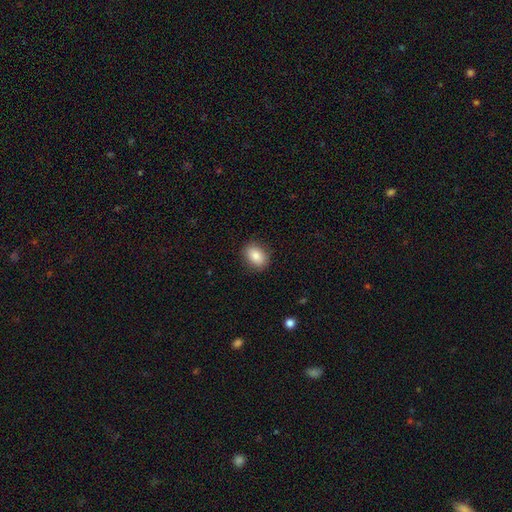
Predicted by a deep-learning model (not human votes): smooth 85%, star or artifact 8%, featured or disk 7%. Down the decision tree: how rounded — in between (78%); merging — none (87%).